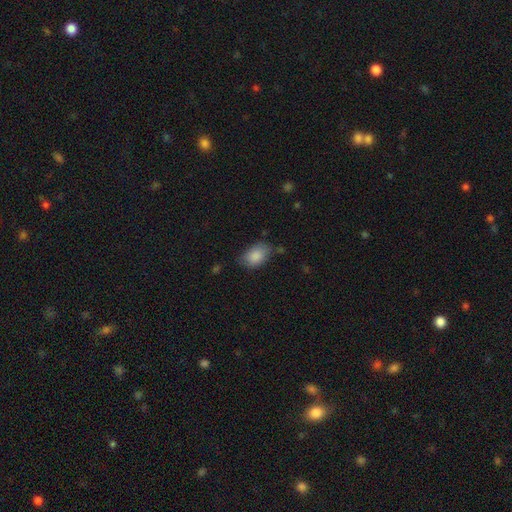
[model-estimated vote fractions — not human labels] The model was most divided on "merging": none: 68%, minor disturbance: 24%, major disturbance: 5%, merger: 3%. More confident: smooth or featured — smooth (87%); how rounded — in between (86%).